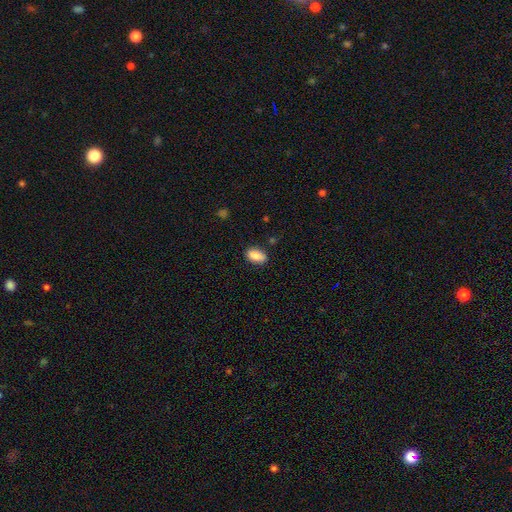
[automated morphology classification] This is clearly a smooth galaxy (89%). How rounded: clearly in between (92%). Merging: clearly none (84%).